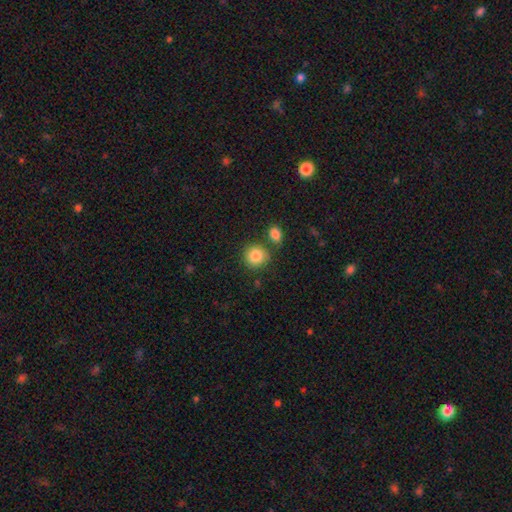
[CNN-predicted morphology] Smooth or featured?
  - smooth: 86% *
  - star or artifact: 8%
  - featured or disk: 6%
How rounded?
  - round: 88% *
  - in between: 11%
  - cigar-shaped: 1%
Merging?
  - none: 74% *
  - merger: 12%
  - minor disturbance: 11%
  - major disturbance: 3%